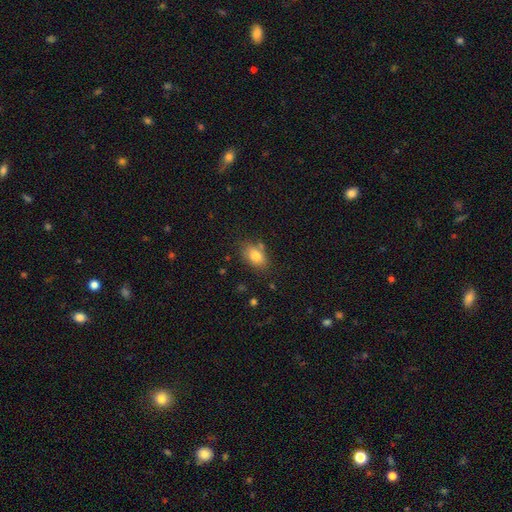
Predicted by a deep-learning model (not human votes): Smooth or featured? smooth (80%)
How rounded? in between (83%)
Merging? none (72%)